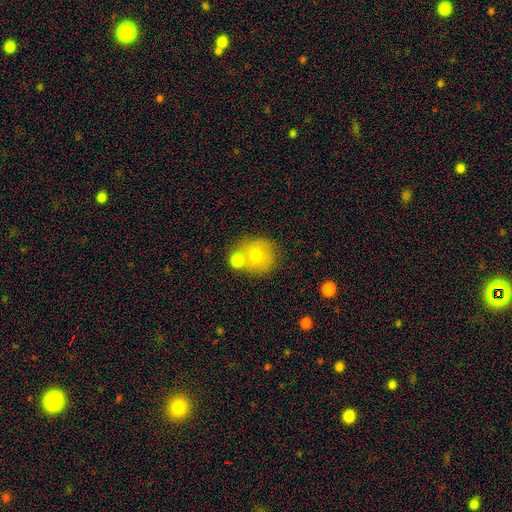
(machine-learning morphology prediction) A smooth galaxy with no disk features (71%) that is round (84%).

Vote fractions:
- Smooth or featured? smooth: 71% / featured or disk: 20% / star or artifact: 9%
- How rounded? round: 84% / in between: 15% / cigar-shaped: 1%
- Merging? merger: 44% / none: 43% / minor disturbance: 9% / major disturbance: 3%